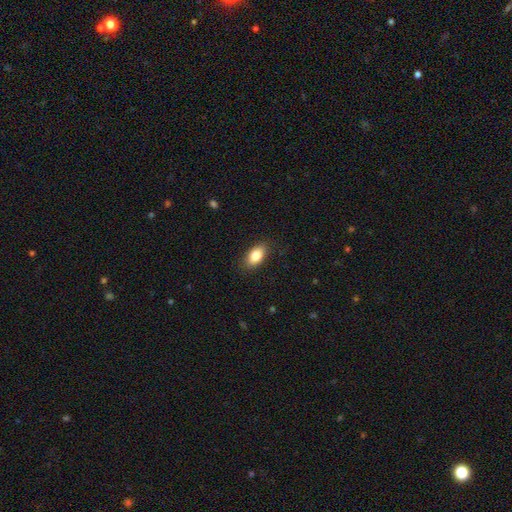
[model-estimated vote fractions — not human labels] smooth 84%, featured or disk 9%, star or artifact 7%. Down the decision tree: how rounded — in between (90%); merging — none (86%).